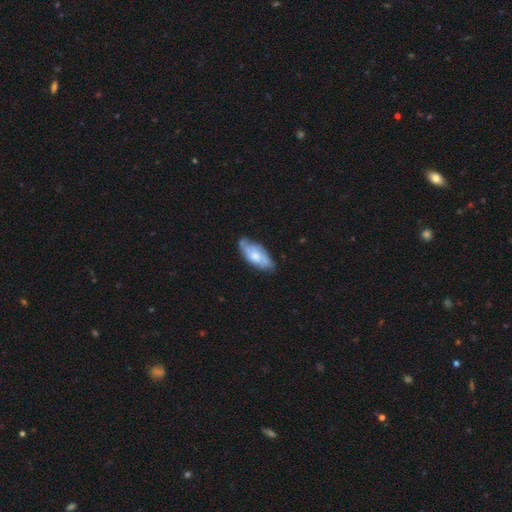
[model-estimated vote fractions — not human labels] Morphology: type=featured or disk (53%); edge-on=no (88%); merging=none (62%).